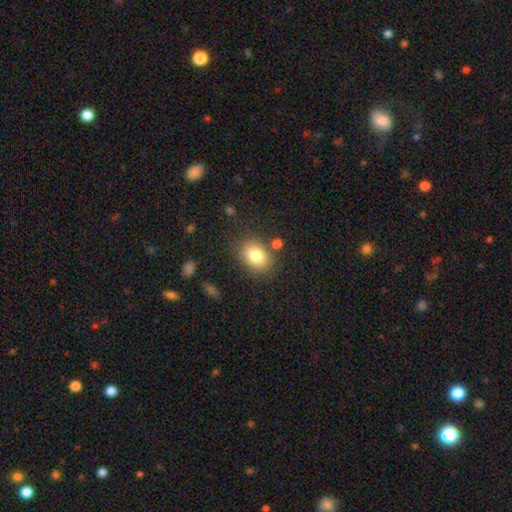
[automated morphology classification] The model was most divided on "how rounded": in between: 63%, round: 36%, cigar-shaped: 1%. More confident: smooth or featured — smooth (80%); merging — none (79%).